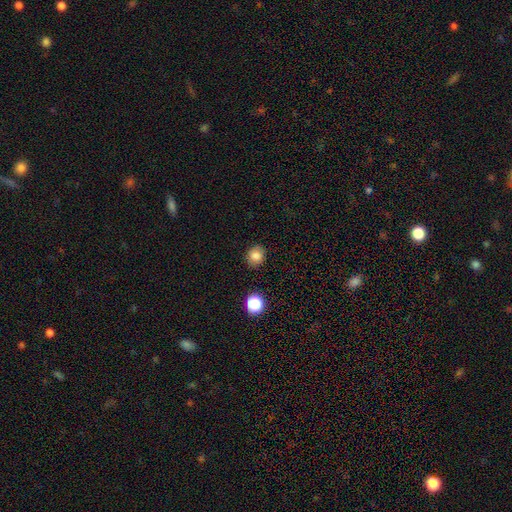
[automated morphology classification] This appears to be a smooth galaxy with no disk features (82%) that is round (72%). Merging: none (87%).